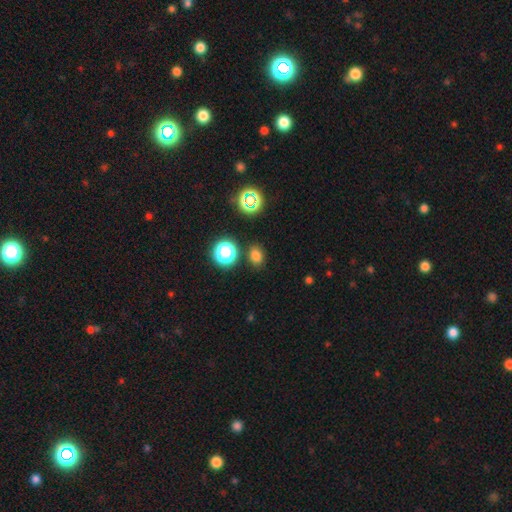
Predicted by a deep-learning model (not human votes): This appears to be a smooth galaxy with no disk features (73%) that is in between round and cigar-shaped (58%). Merging: none (85%).